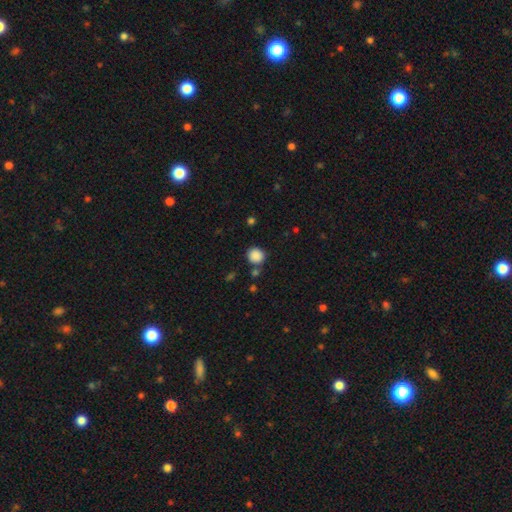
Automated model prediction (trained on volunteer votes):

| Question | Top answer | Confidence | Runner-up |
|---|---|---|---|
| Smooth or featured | smooth | 88% | star or artifact (10%) |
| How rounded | round | 86% | in between (13%) |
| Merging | none | 79% | minor disturbance (11%) |